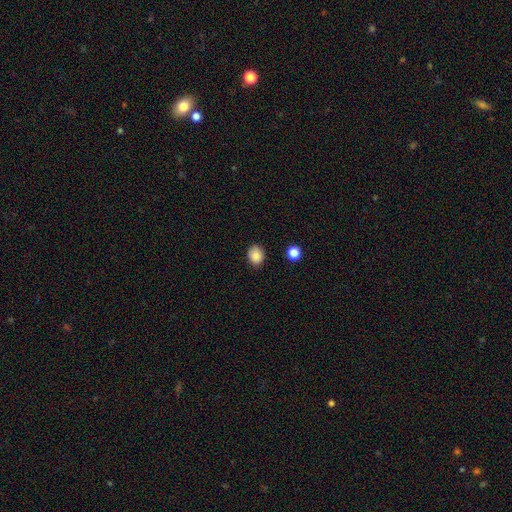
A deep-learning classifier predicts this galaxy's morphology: A smooth galaxy with no disk features (87%) that is round (57%). Merging: none (85%).